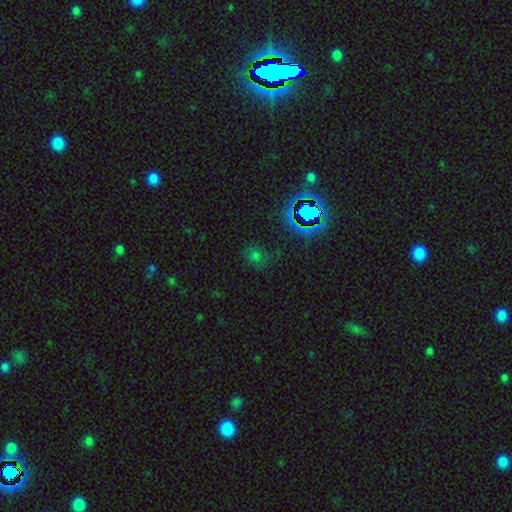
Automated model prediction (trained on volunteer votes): Smooth or featured? Predicted: smooth (p=0.47). Merging? Predicted: none (p=0.75).